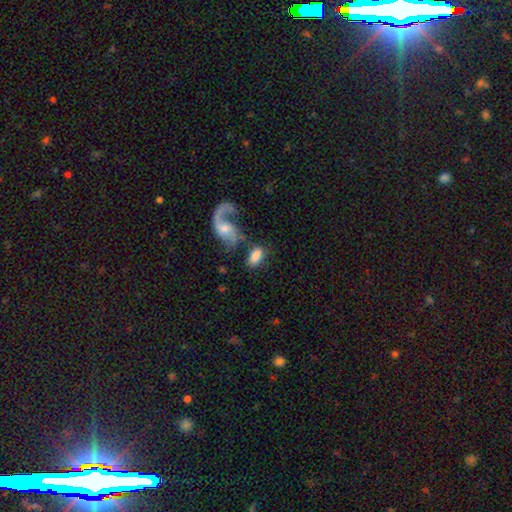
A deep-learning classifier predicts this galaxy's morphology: Smooth or featured?
  - smooth: 71% *
  - featured or disk: 22%
  - star or artifact: 7%
How rounded?
  - in between: 90% *
  - round: 7%
  - cigar-shaped: 4%
Merging?
  - none: 46% *
  - merger: 26%
  - minor disturbance: 14%
  - major disturbance: 13%